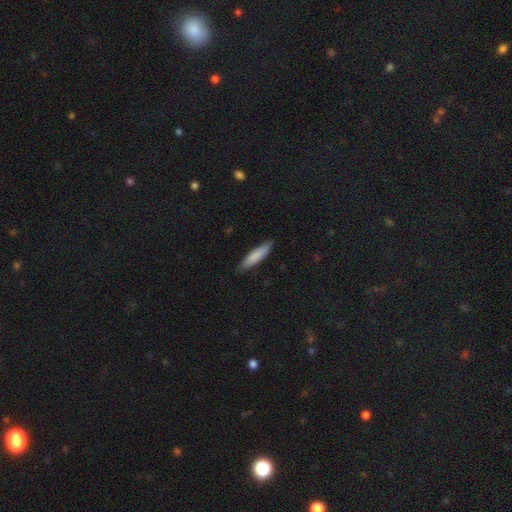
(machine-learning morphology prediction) smooth_or_featured: smooth (p=0.82) [alt: featured or disk p=0.12]
how_rounded: cigar-shaped (p=0.81) [alt: in between p=0.18]
merging: none (p=0.86) [alt: minor disturbance p=0.12]